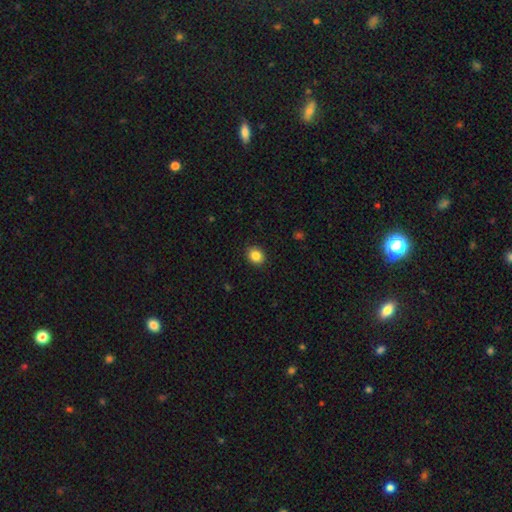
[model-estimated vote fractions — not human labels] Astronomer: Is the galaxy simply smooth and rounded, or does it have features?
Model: smooth — 85%.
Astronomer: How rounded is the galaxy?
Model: round — 66%.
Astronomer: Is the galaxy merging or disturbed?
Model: none — 90%.